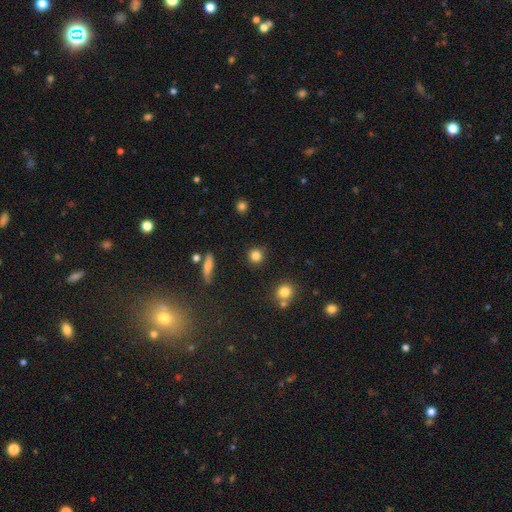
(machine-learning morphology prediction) Smooth or featured? Predicted: smooth (p=0.83). How rounded? Predicted: round (p=0.92). Merging? Predicted: none (p=0.89).